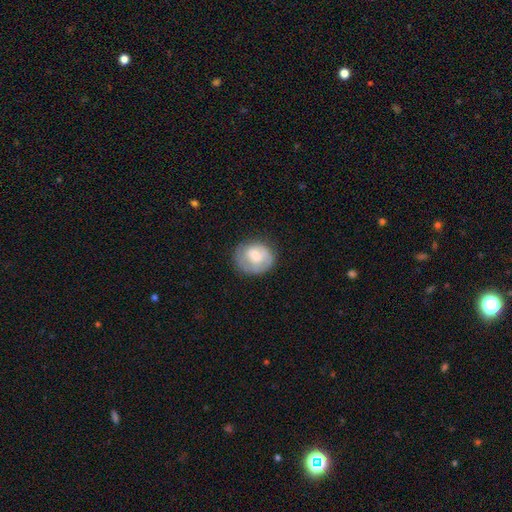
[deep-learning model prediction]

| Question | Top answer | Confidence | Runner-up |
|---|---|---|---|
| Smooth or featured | smooth | 60% | featured or disk (33%) |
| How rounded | round | 69% | in between (30%) |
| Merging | none | 66% | minor disturbance (22%) |